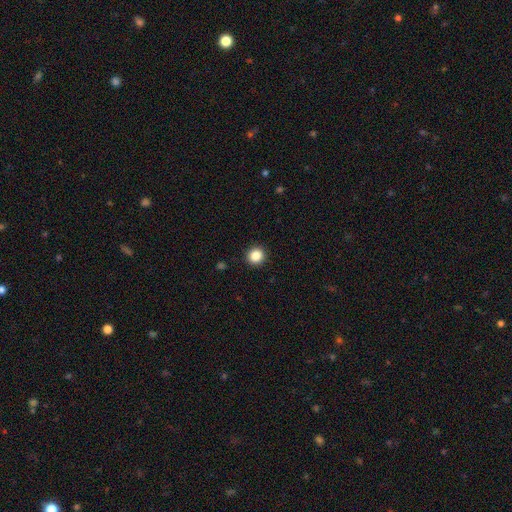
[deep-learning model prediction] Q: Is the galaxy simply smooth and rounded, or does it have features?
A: smooth — 86%.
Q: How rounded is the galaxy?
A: round — 93%.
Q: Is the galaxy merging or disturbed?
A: none — 93%.